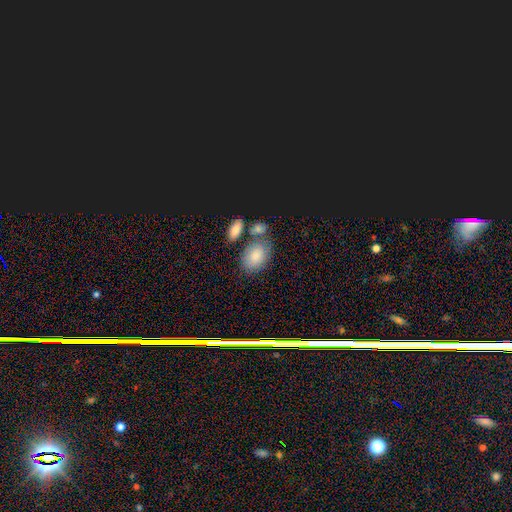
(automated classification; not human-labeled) Smooth or featured: smooth — 82% (featured or disk — 10%)
How rounded: in between — 86% (round — 12%)
Merging: none — 59% (merger — 20%)